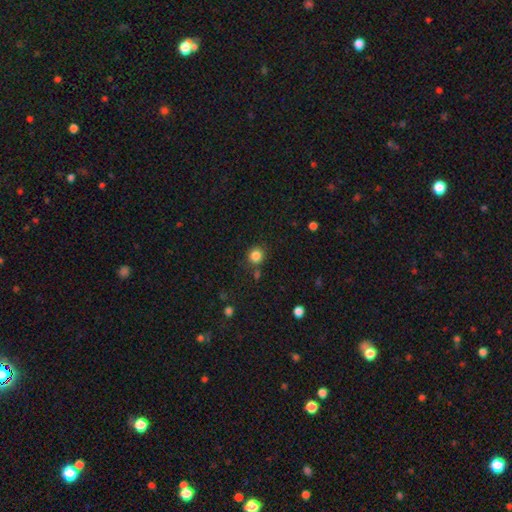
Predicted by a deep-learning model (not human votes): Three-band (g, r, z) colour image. It shows a smooth galaxy with no disk features (85%) that is round (87%). Merging: none (79%).